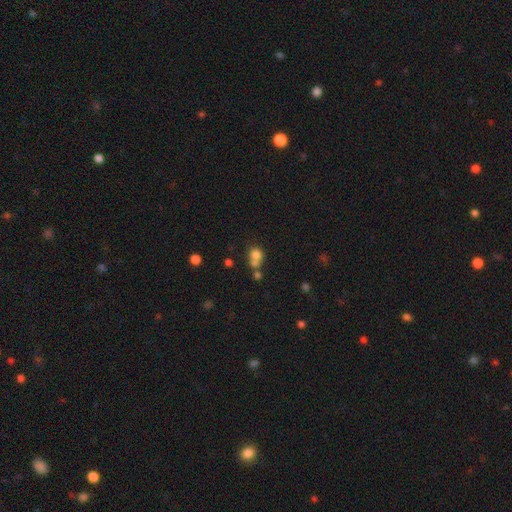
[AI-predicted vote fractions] smooth 73%, star or artifact 14%, featured or disk 13%. Down the decision tree: how rounded — round (77%); merging — merger (50%).